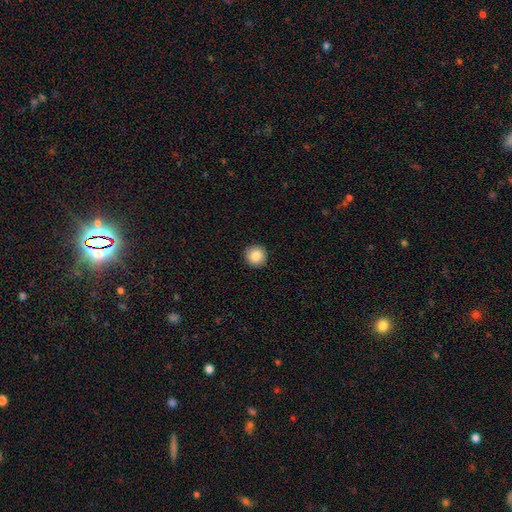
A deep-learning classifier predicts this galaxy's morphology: This appears to be a smooth galaxy with no disk features (87%) that is round (95%). Merging: none (93%).